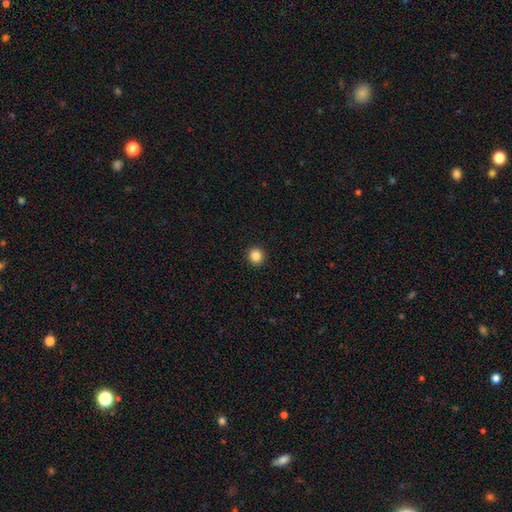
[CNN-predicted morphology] Overall: smooth (86%). How rounded: round (93%). Merging: none (93%).